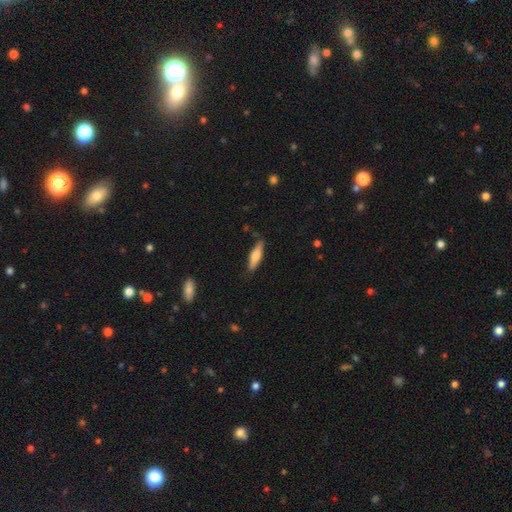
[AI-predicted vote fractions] The model was most divided on "smooth or featured": smooth: 60%, featured or disk: 35%, star or artifact: 6%. More confident: merging — none (83%); how rounded — cigar-shaped (67%).